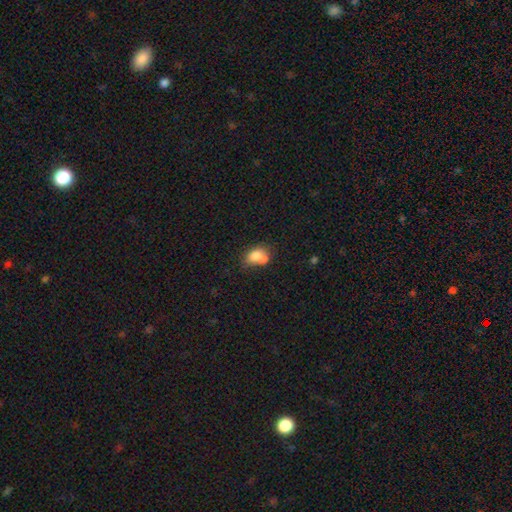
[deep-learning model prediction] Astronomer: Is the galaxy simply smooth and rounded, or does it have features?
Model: smooth — 75%.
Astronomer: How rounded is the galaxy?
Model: in between — 73%.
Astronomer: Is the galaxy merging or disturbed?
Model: merger — 54%.